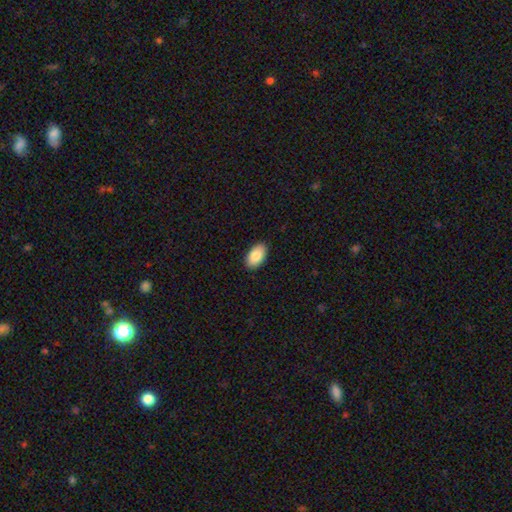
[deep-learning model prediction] smooth 86%, featured or disk 7%, star or artifact 7%. Down the decision tree: how rounded — in between (95%); merging — none (89%).